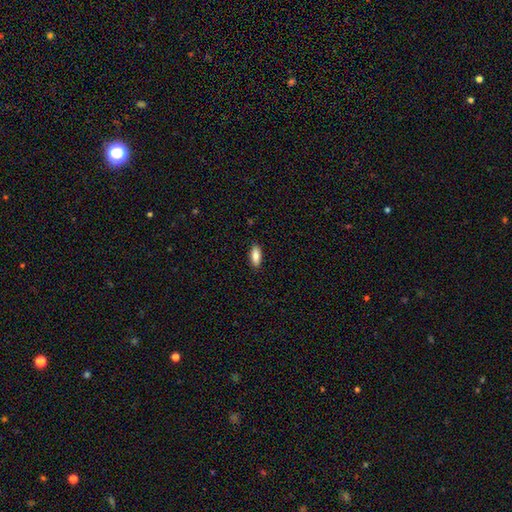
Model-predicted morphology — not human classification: Smooth or featured? smooth (87%)
How rounded? in between (81%)
Merging? none (89%)